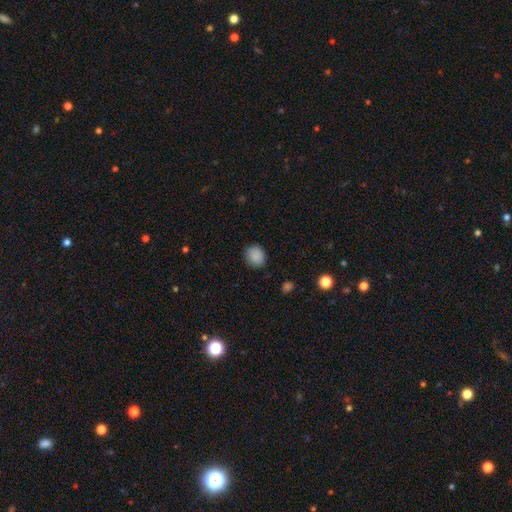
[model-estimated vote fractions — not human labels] Morphology: type=smooth (88%); roundness=round (74%); merging=none (84%).